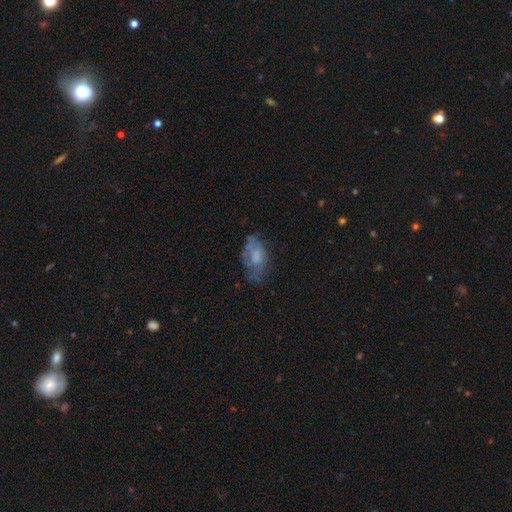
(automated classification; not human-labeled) Smooth or featured? smooth (47%)
Merging? none (44%)